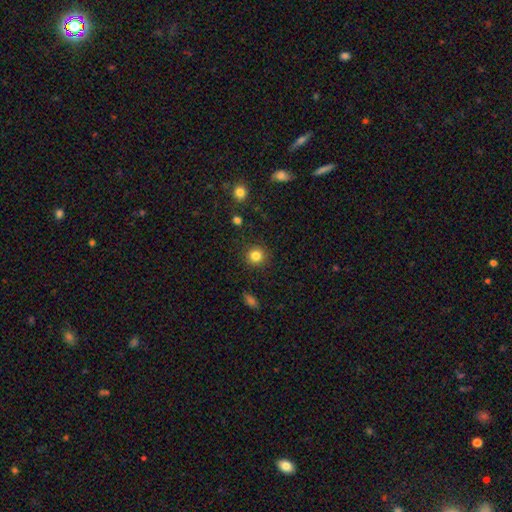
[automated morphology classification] The model was most divided on "smooth or featured": smooth: 83%, star or artifact: 12%, featured or disk: 5%. More confident: how rounded — round (92%); merging — none (90%).